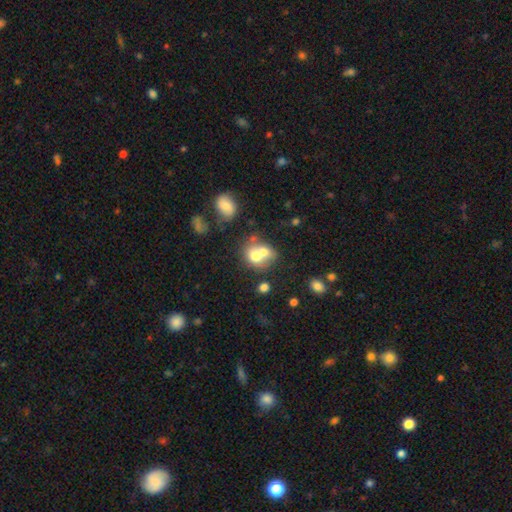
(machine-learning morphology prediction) This is likely a smooth galaxy (66%). How rounded: likely round (61%). Merging: likely merger (64%).